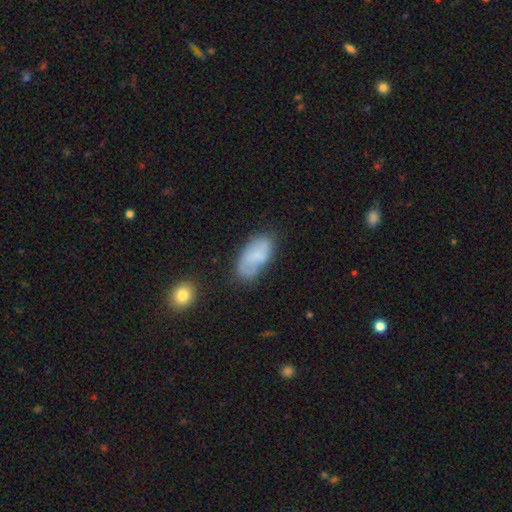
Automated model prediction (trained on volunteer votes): Morphology: type=smooth (66%); roundness=in between (93%); merging=none (58%).